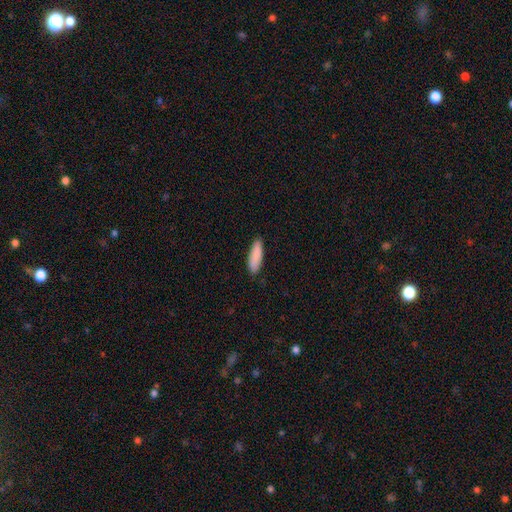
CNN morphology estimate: Q: Smooth or featured?
A: smooth (89%); runner-up: star or artifact (6%)
Q: How rounded?
A: cigar-shaped (54%); runner-up: in between (44%)
Q: Merging?
A: none (87%); runner-up: minor disturbance (10%)